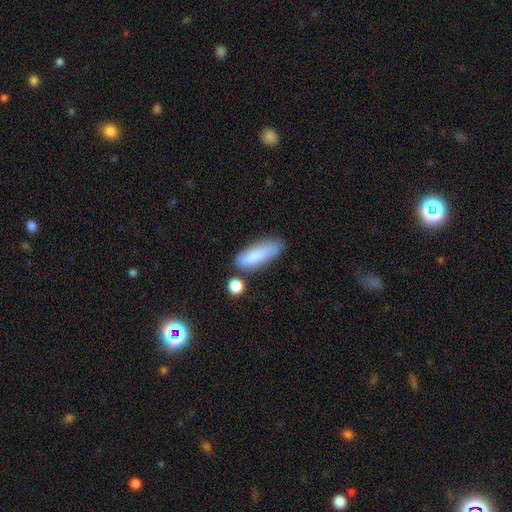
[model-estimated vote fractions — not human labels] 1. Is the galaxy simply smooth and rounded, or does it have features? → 82% smooth, 11% featured or disk, 7% star or artifact.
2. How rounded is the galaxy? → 67% in between, 31% cigar-shaped, 2% round.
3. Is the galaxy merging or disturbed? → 66% none, 19% minor disturbance, 9% merger, 5% major disturbance.